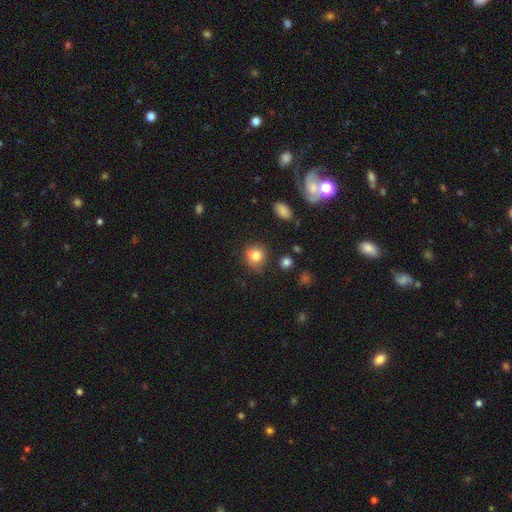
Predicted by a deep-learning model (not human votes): A smooth galaxy with no disk features (82%) that is round (84%). Merging: none (76%).